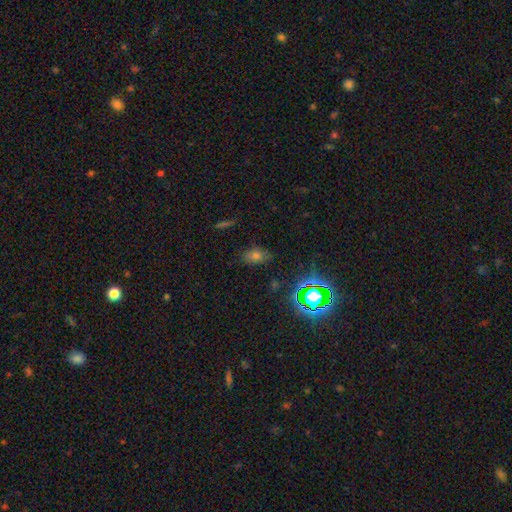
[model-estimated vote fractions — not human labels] smooth-or-featured: smooth: 60% | star or artifact: 29% | featured or disk: 11%
  how-rounded: in between: 80% | round: 17% | cigar-shaped: 3%
  merging: none: 77% | minor disturbance: 17% | major disturbance: 4% | merger: 2%